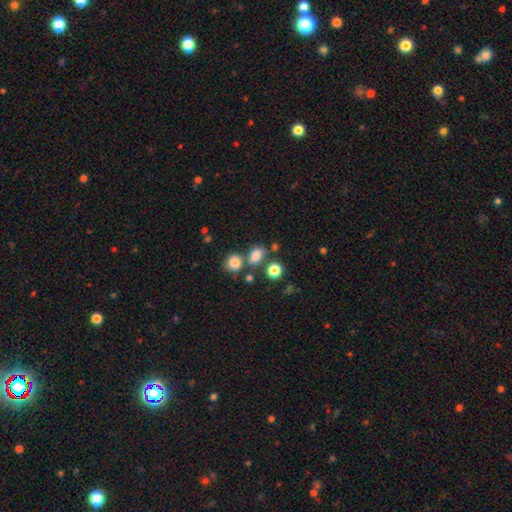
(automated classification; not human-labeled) This is likely a smooth galaxy (79%). How rounded: possibly in between (57%). Merging: likely none (61%).